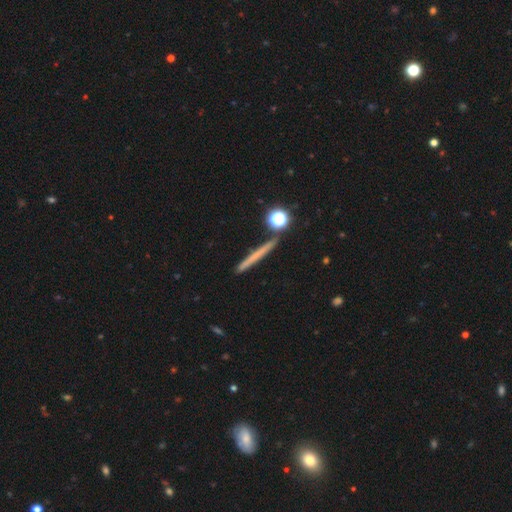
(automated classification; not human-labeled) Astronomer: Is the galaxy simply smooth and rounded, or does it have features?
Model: smooth — 52% (runner-up: featured or disk, 38%).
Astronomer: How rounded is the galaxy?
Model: cigar-shaped — 93%.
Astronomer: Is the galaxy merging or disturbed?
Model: none — 86%.